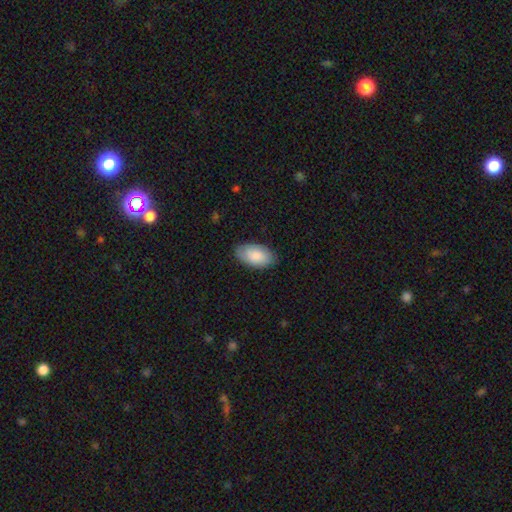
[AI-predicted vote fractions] This is clearly a smooth galaxy (84%). How rounded: clearly in between (95%). Merging: clearly none (83%).